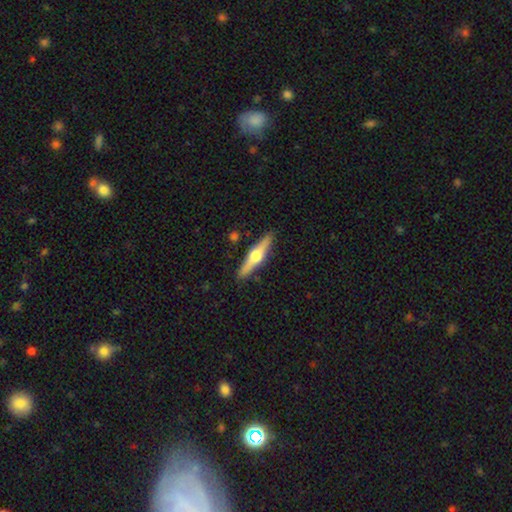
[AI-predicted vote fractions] featured or disk 65%, smooth 30%, star or artifact 5%. Down the decision tree: edge-on disk — yes (96%); edge-on bulge — rounded (95%); merging — none (89%).